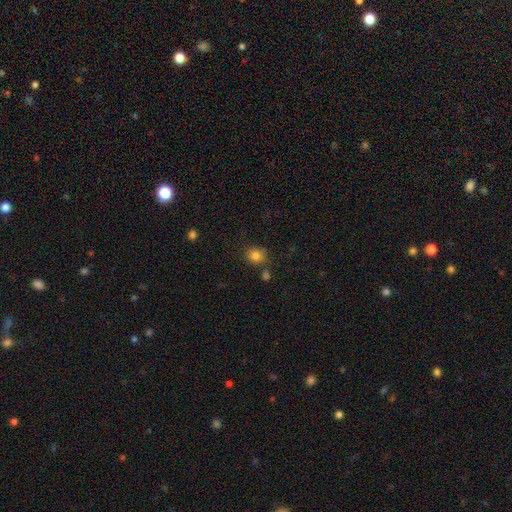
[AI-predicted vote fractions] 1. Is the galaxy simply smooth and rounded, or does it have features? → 82% smooth, 12% star or artifact, 6% featured or disk.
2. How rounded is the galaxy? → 78% round, 21% in between, 1% cigar-shaped.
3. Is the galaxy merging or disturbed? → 74% none, 14% minor disturbance, 8% merger, 4% major disturbance.